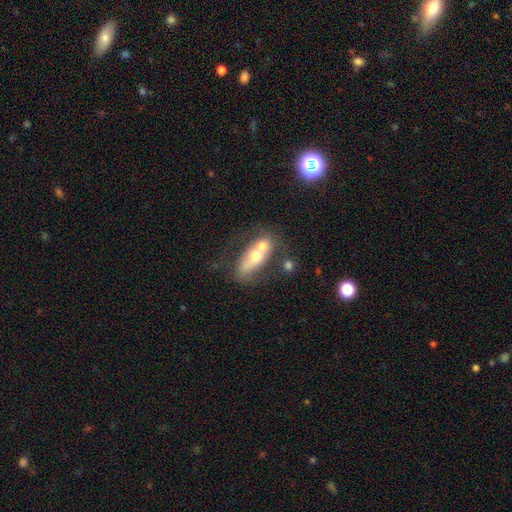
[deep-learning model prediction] Smooth or featured: smooth — 51% (featured or disk — 40%)
How rounded: in between — 72% (cigar-shaped — 14%)
Merging: merger — 55% (none — 25%)